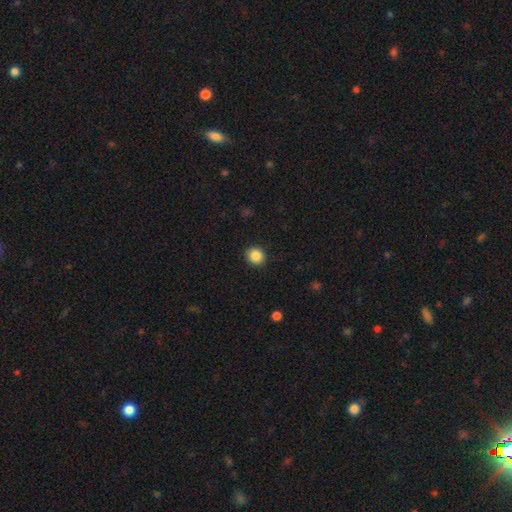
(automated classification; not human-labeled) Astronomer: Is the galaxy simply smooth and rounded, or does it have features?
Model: smooth — 87%.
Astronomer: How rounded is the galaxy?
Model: round — 81%.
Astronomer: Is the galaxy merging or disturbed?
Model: none — 91%.